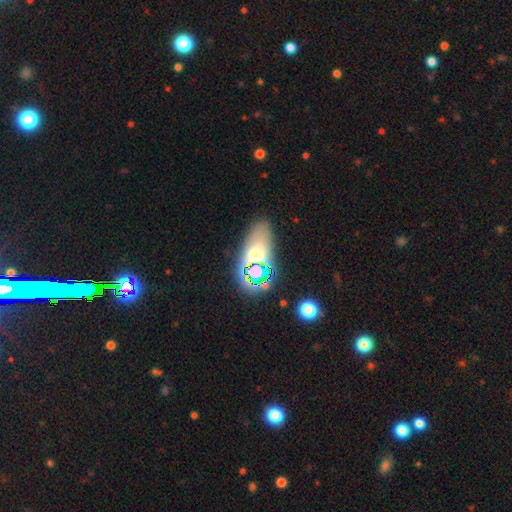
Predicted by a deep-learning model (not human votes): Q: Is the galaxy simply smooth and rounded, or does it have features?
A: smooth — 50%.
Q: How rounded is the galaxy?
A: in between — 82%.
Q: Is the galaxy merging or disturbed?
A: none — 68%.